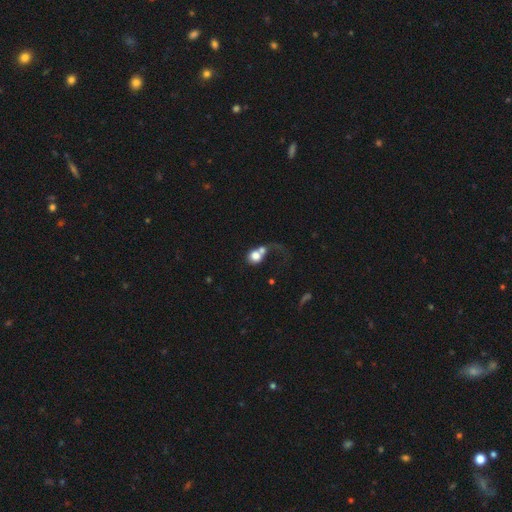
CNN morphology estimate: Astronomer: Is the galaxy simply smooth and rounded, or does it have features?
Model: smooth — 65%.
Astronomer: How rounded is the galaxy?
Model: round — 77%.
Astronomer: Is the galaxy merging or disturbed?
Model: merger — 46% (runner-up: major disturbance, 27%).